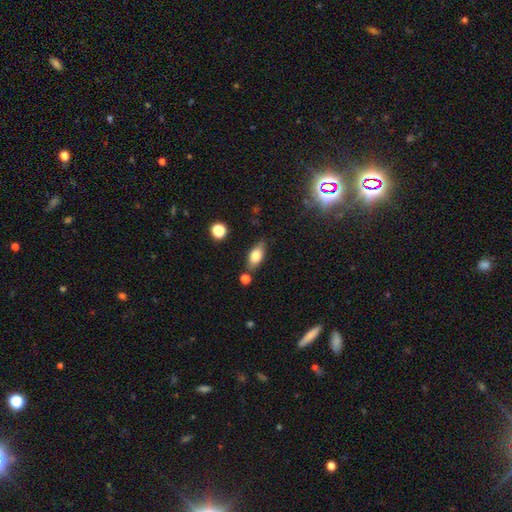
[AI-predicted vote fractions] The model was most divided on "merging": none: 74%, minor disturbance: 15%, merger: 7%, major disturbance: 4%. More confident: how rounded — in between (84%); smooth or featured — smooth (76%).